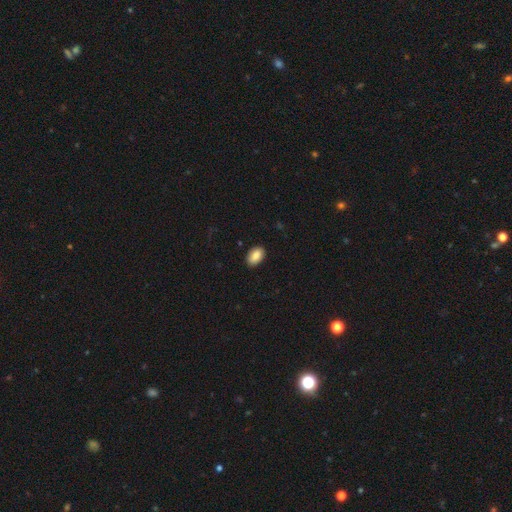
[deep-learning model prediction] Smooth or featured? Predicted: smooth (p=0.87). How rounded? Predicted: in between (p=0.92). Merging? Predicted: none (p=0.88).